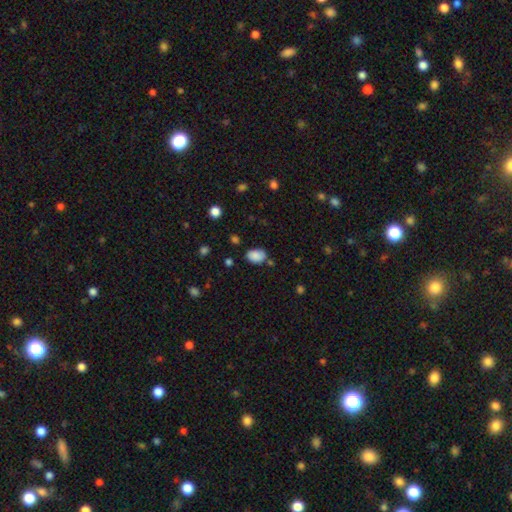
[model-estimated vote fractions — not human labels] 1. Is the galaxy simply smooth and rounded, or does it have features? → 86% smooth, 8% star or artifact, 6% featured or disk.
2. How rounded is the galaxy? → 80% in between, 19% round, 1% cigar-shaped.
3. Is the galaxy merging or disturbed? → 69% none, 21% minor disturbance, 6% merger, 4% major disturbance.